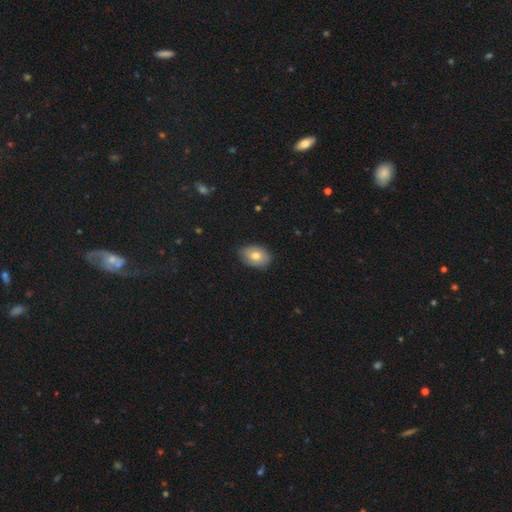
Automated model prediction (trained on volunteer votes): A smooth galaxy with no disk features (72%) that is in between round and cigar-shaped (82%). Merging: none (79%).